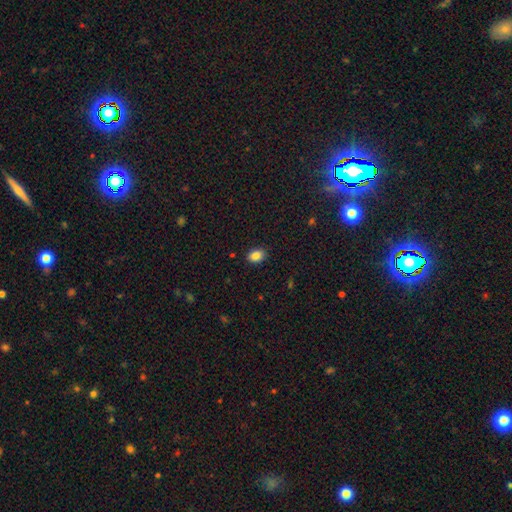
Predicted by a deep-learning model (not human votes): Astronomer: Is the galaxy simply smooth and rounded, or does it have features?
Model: smooth — 87%.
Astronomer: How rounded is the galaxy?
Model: in between — 79%.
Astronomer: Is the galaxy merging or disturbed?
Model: none — 89%.